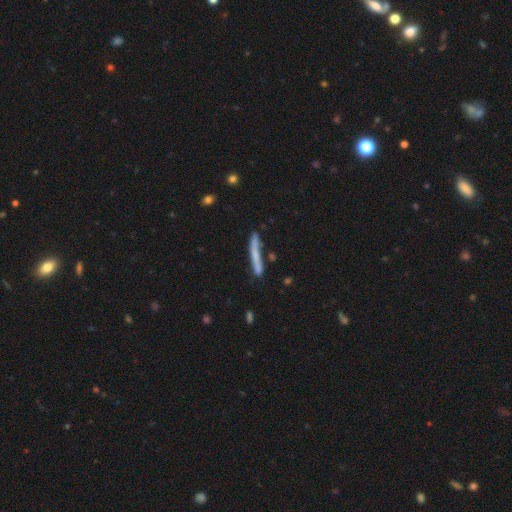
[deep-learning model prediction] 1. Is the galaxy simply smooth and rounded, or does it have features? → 60% smooth, 33% featured or disk, 7% star or artifact.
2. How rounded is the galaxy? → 95% cigar-shaped, 4% in between, 2% round.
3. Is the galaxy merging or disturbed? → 68% none, 19% minor disturbance, 8% merger, 5% major disturbance.